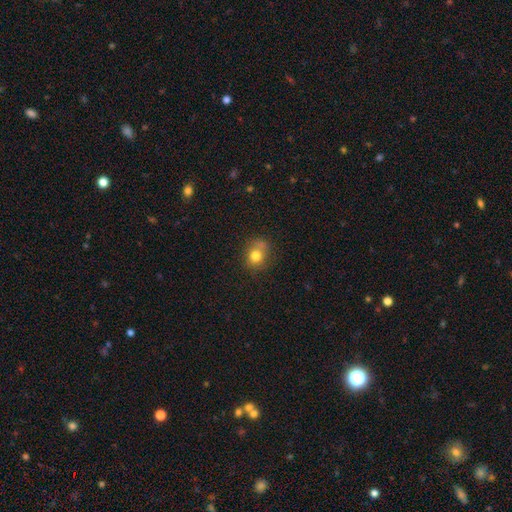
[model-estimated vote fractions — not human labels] A smooth galaxy with no disk features (77%) that is round (66%). Merging: none (58%).